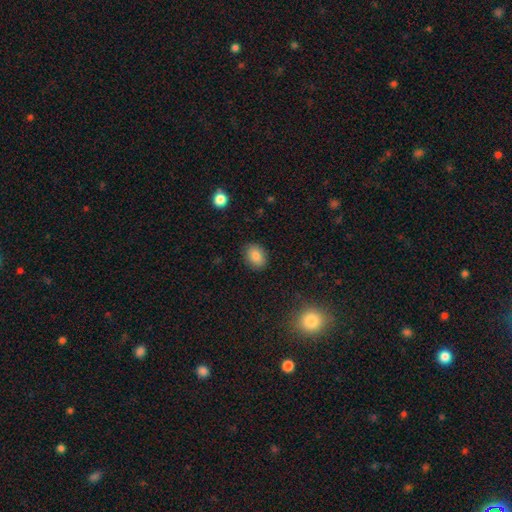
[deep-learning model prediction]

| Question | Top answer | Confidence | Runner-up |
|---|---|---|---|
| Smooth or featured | smooth | 85% | star or artifact (9%) |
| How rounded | in between | 70% | round (29%) |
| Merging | none | 87% | minor disturbance (9%) |